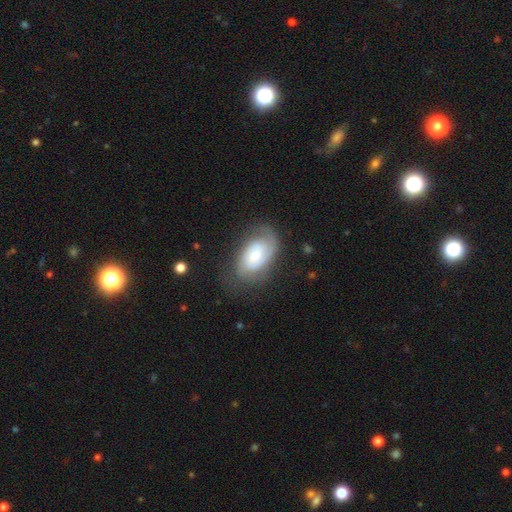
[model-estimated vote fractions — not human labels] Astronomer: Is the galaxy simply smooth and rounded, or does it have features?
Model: featured or disk — 67%.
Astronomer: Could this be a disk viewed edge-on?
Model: no — 96%.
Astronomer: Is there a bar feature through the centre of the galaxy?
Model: no — 58% (runner-up: weak, 35%).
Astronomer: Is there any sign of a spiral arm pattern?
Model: yes — 88%.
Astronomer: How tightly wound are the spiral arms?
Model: tight — 50% (runner-up: medium, 35%).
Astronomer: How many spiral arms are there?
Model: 2 — 47% (runner-up: can't tell, 26%).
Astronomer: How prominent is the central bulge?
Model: moderate — 53% (runner-up: small, 36%).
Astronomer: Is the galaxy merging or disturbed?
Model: none — 63%.